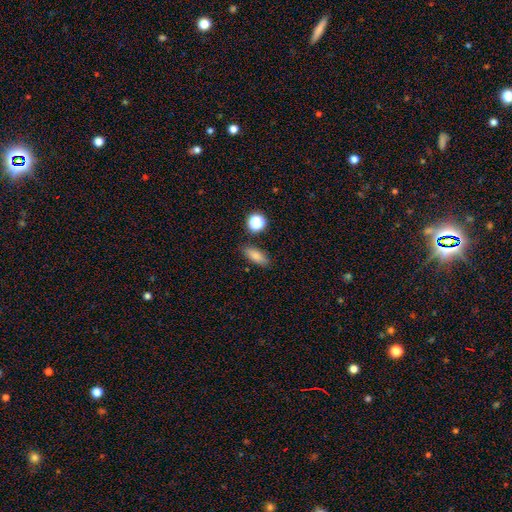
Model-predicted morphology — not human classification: type=smooth (81%); roundness=in between (72%); merging=none (83%).